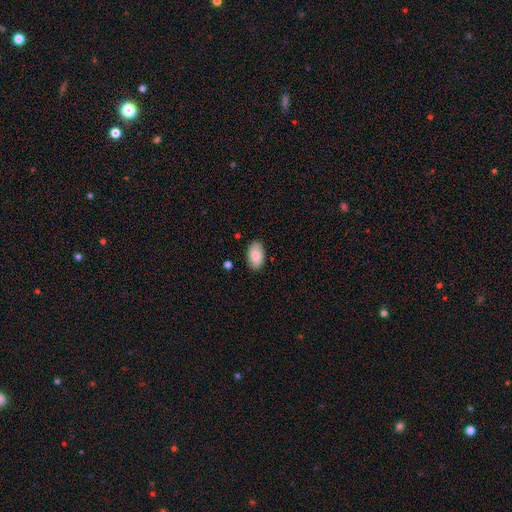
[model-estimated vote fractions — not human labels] Morphology: type=smooth (81%); roundness=in between (94%); merging=none (85%).